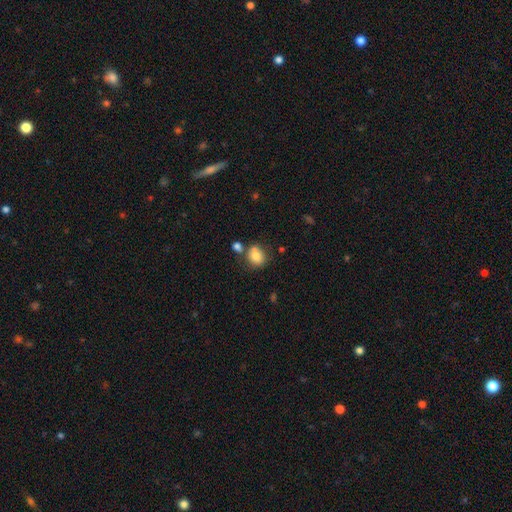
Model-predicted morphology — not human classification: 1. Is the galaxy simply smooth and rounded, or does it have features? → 79% smooth, 12% featured or disk, 10% star or artifact.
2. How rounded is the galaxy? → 72% round, 27% in between, 1% cigar-shaped.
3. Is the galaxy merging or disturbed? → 55% none, 23% merger, 17% minor disturbance, 6% major disturbance.